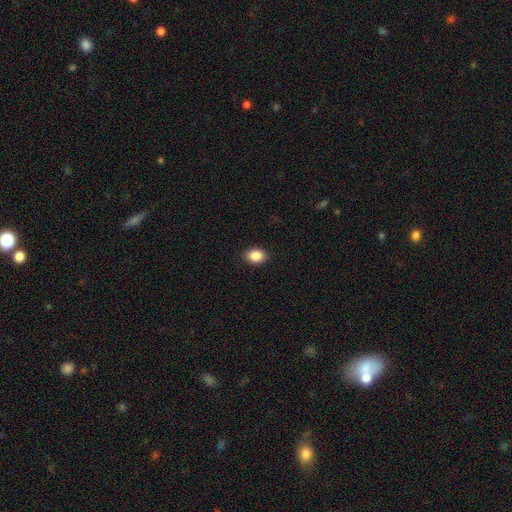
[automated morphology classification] smooth_or_featured: smooth (p=0.88) [alt: star or artifact p=0.08]
how_rounded: in between (p=0.74) [alt: round p=0.25]
merging: none (p=0.90) [alt: minor disturbance p=0.08]